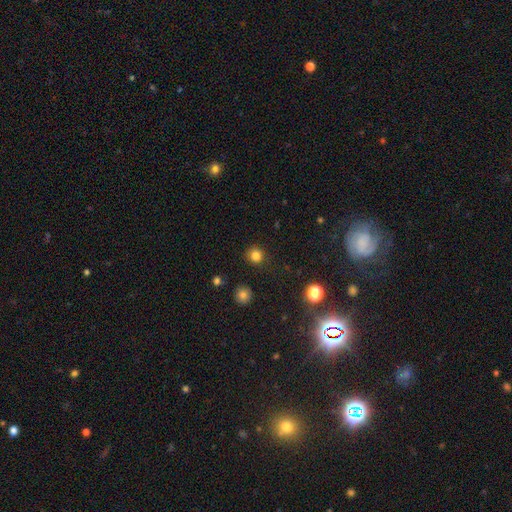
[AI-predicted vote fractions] smooth-or-featured: smooth: 81% | star or artifact: 14% | featured or disk: 5%
  how-rounded: round: 91% | in between: 8% | cigar-shaped: 1%
  merging: none: 89% | minor disturbance: 7% | major disturbance: 2% | merger: 2%